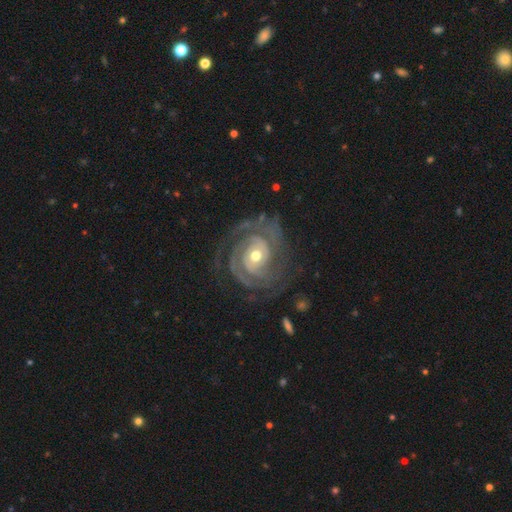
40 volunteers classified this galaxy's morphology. A featured or disk galaxy (92%) with no bar (74%), 2 (71%) tight (76%) spiral arms (97%) and a moderate central bulge (66%). Merging: none (76%).